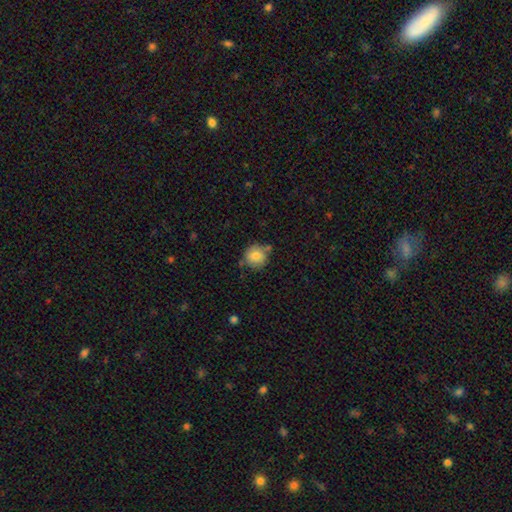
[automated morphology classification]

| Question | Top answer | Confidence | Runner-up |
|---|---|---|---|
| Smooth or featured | smooth | 80% | featured or disk (11%) |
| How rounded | round | 91% | in between (8%) |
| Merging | none | 71% | minor disturbance (17%) |